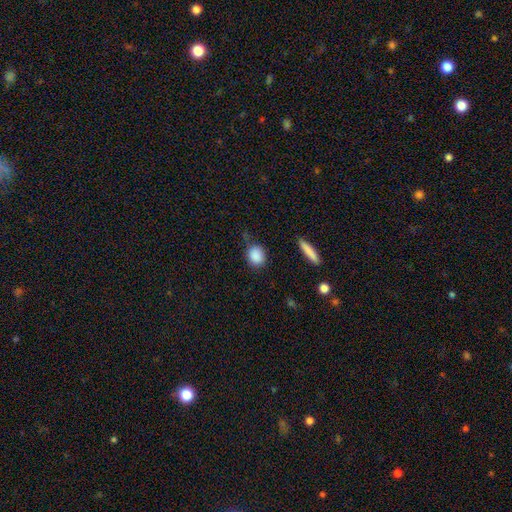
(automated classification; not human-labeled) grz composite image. It shows a smooth galaxy with no disk features (87%) that is round (65%). Merging: none (71%).